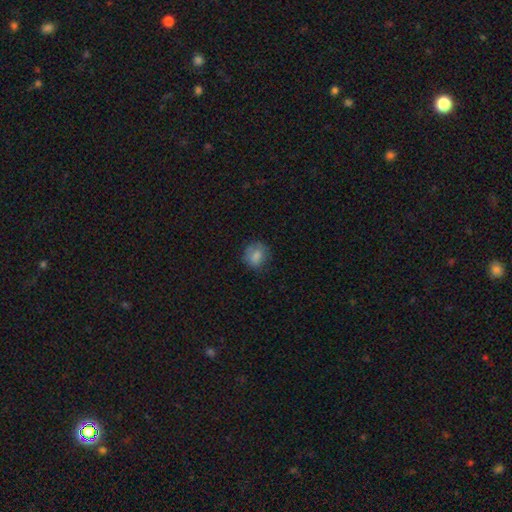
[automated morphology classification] type=smooth (79%); roundness=round (69%); merging=none (72%).